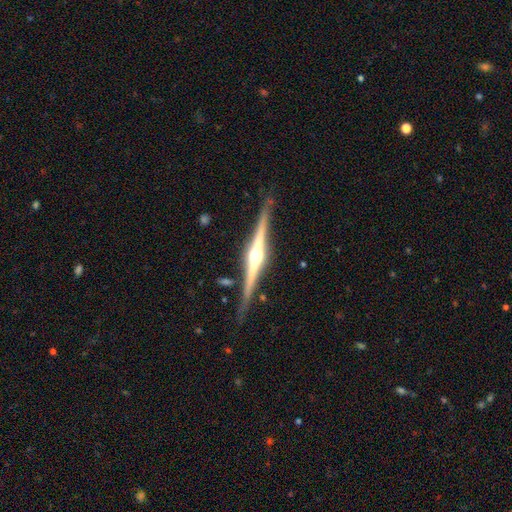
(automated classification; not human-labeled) A featured or disk galaxy (86%) viewed edge-on (98%) with a rounded central bulge (94%). Merging: none (84%).